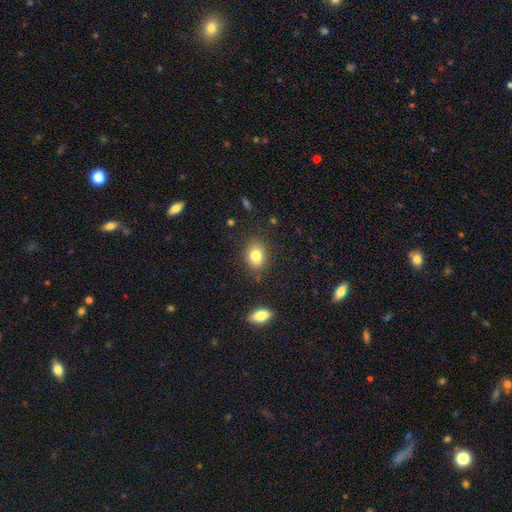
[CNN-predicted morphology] smooth 81%, star or artifact 10%, featured or disk 9%. Down the decision tree: how rounded — in between (65%); merging — none (82%).